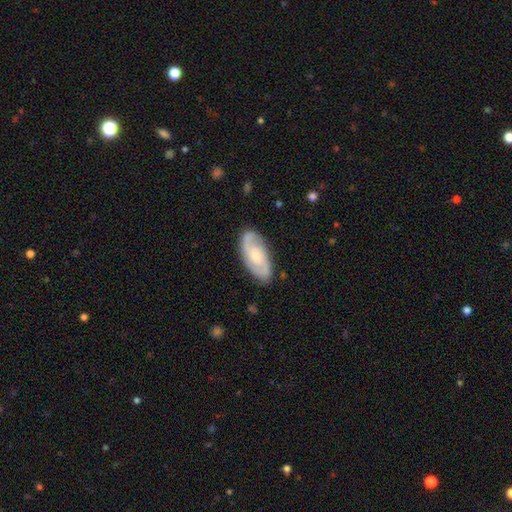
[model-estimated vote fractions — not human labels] A featured or disk galaxy (76%) with no bar (59%), 2 (84%) medium (48%) spiral arms (95%) and a small central bulge (49%).

Vote fractions:
- Smooth or featured? featured or disk: 76% / smooth: 19% / star or artifact: 5%
- Edge-on disk? no: 95% / yes: 5%
- Bar? no: 59% / weak: 35% / strong: 6%
- Spiral arms? yes: 95% / no: 5%
- Spiral winding? medium: 48% / tight: 35% / loose: 17%
- Spiral arm count? 2: 84% / can't tell: 8% / 3: 3% / 1: 2% / 4: 1% / more than 4: 1%
- Bulge size? small: 49% / moderate: 40% / none: 6% / large: 4% / dominant: 1%
- Merging? none: 82% / minor disturbance: 13% / major disturbance: 3% / merger: 1%